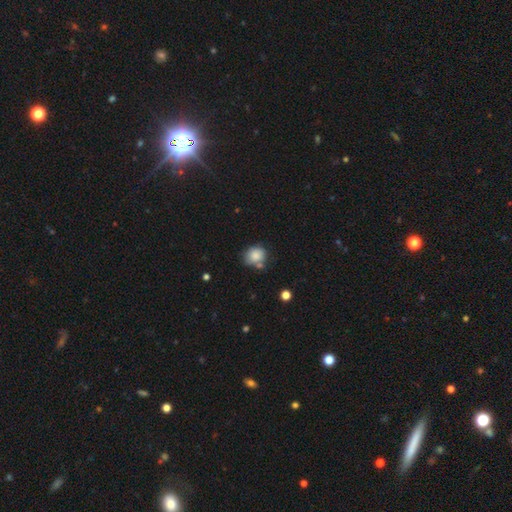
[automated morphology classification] Smooth or featured? Predicted: smooth (p=0.84). How rounded? Predicted: round (p=0.72). Merging? Predicted: none (p=0.60).